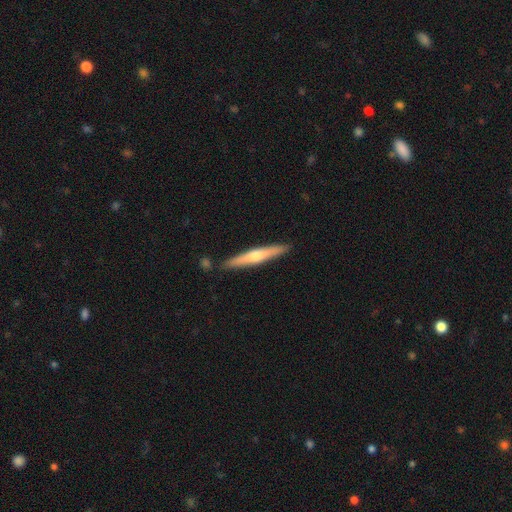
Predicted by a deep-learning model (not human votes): featured or disk 57%, smooth 37%, star or artifact 6%. Down the decision tree: edge-on disk — yes (96%); edge-on bulge — rounded (79%); merging — none (88%).